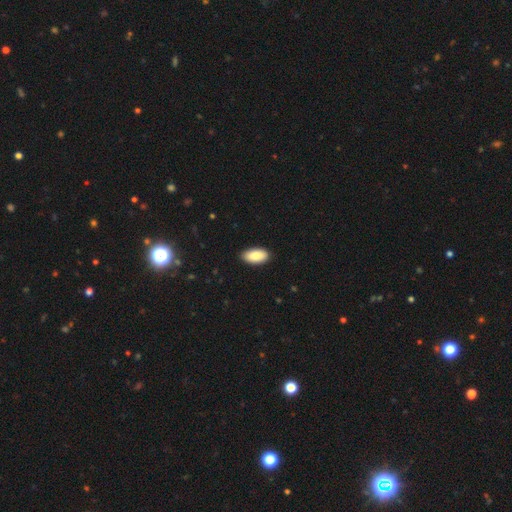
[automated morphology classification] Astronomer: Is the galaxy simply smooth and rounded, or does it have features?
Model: smooth — 88%.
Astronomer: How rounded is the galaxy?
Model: in between — 94%.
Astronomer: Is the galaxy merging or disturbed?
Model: none — 89%.